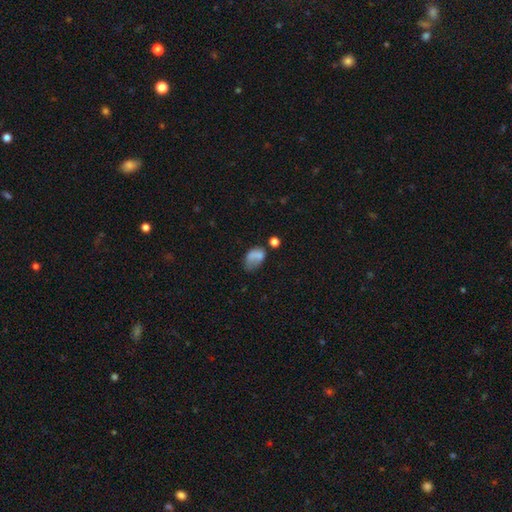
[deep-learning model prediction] smooth 71%, featured or disk 18%, star or artifact 11%. Down the decision tree: how rounded — in between (84%); merging — none (34%).